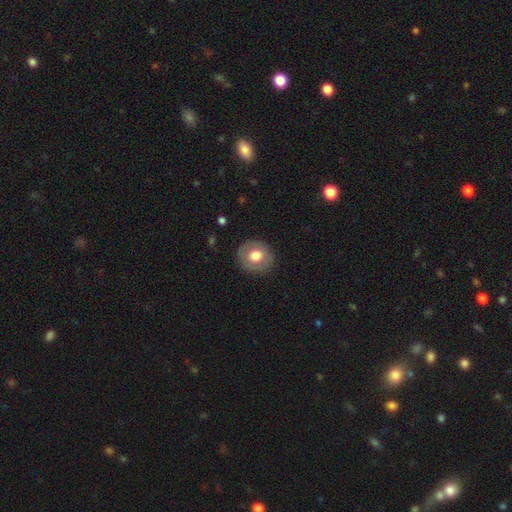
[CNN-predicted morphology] smooth-or-featured: smooth: 65% | featured or disk: 28% | star or artifact: 7%
  how-rounded: round: 82% | in between: 17% | cigar-shaped: 1%
  merging: none: 86% | minor disturbance: 10% | major disturbance: 3% | merger: 1%